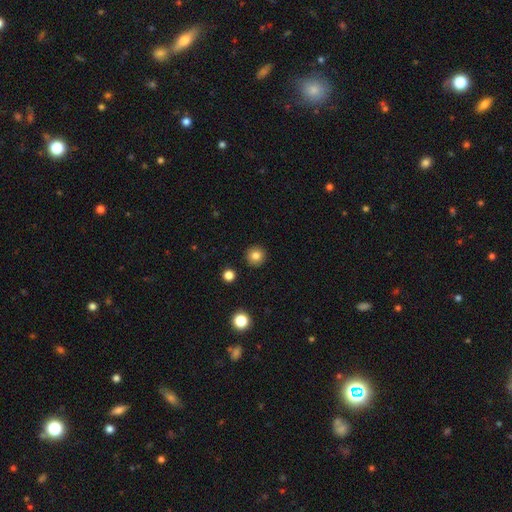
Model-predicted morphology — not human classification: Smooth or featured? Predicted: smooth (p=0.82). How rounded? Predicted: round (p=0.95). Merging? Predicted: none (p=0.92).